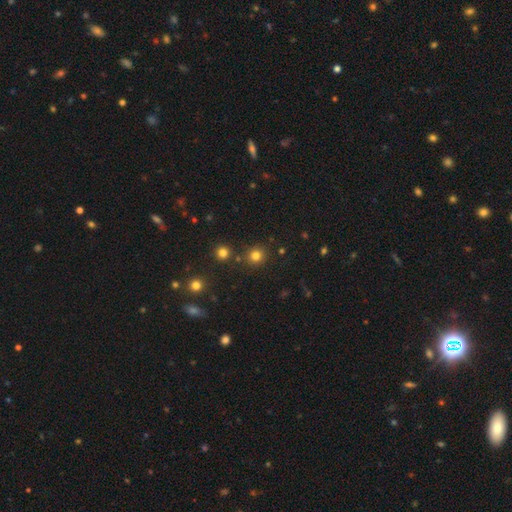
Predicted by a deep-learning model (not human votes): A smooth galaxy with no disk features (79%) that is round (89%).

Vote fractions:
- Smooth or featured? smooth: 79% / star or artifact: 16% / featured or disk: 5%
- How rounded? round: 89% / in between: 10% / cigar-shaped: 1%
- Merging? none: 85% / minor disturbance: 7% / merger: 5% / major disturbance: 3%